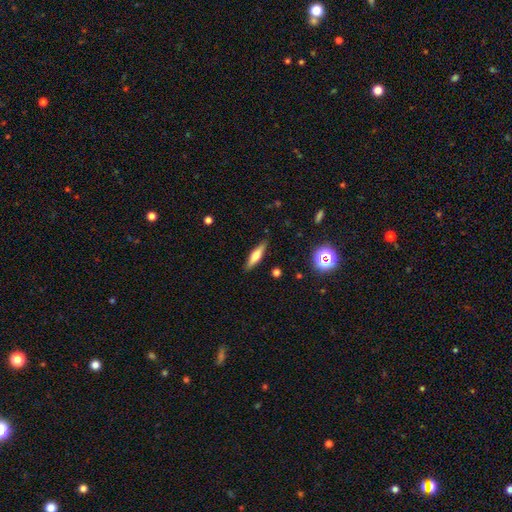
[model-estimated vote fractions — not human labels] Overall: smooth (54%; featured or disk 38%). How rounded: cigar-shaped (73%). Merging: none (88%).